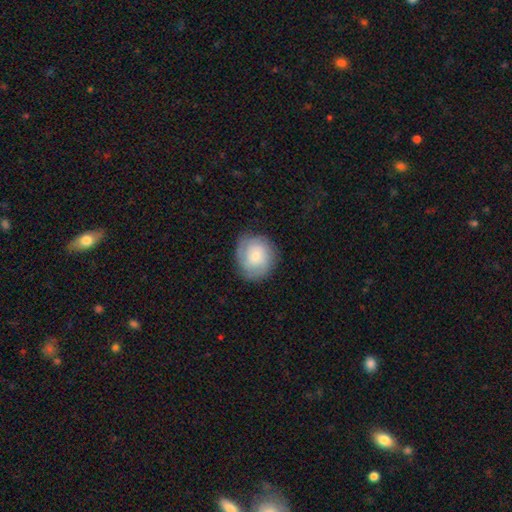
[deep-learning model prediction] A smooth galaxy with no disk features (51%) that is round (82%). Merging: none (77%).